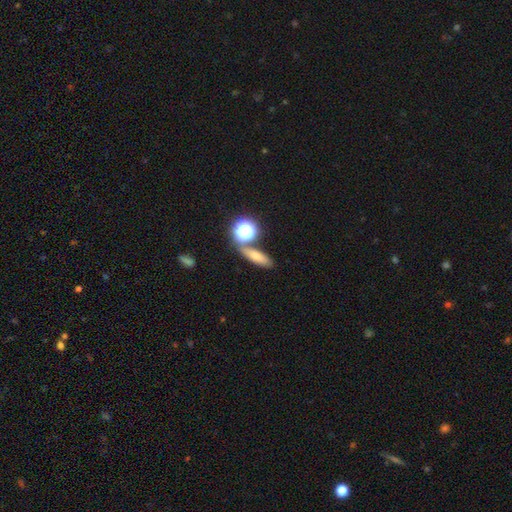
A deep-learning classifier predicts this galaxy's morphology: Smooth or featured: smooth — 65% (featured or disk — 17%)
How rounded: in between — 42% (cigar-shaped — 37%)
Merging: none — 72% (merger — 13%)